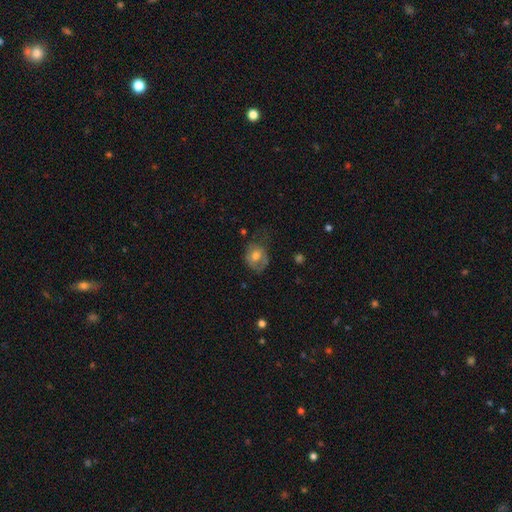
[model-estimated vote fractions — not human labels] Smooth or featured?
  - smooth: 60% *
  - featured or disk: 32%
  - star or artifact: 8%
How rounded?
  - in between: 51% *
  - round: 48%
  - cigar-shaped: 1%
Merging?
  - none: 42% *
  - minor disturbance: 30%
  - major disturbance: 25%
  - merger: 3%